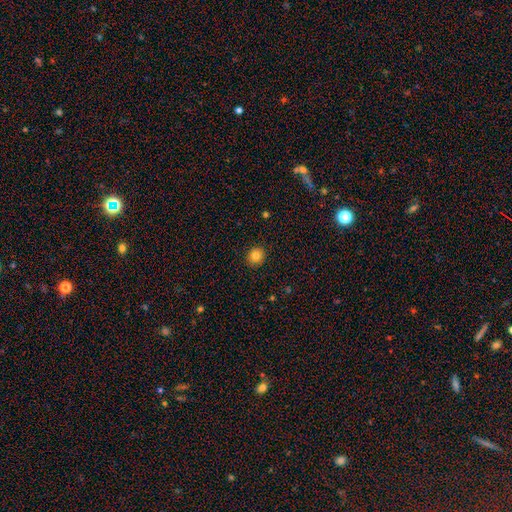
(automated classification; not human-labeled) Overall: smooth (82%). How rounded: round (82%). Merging: none (91%).